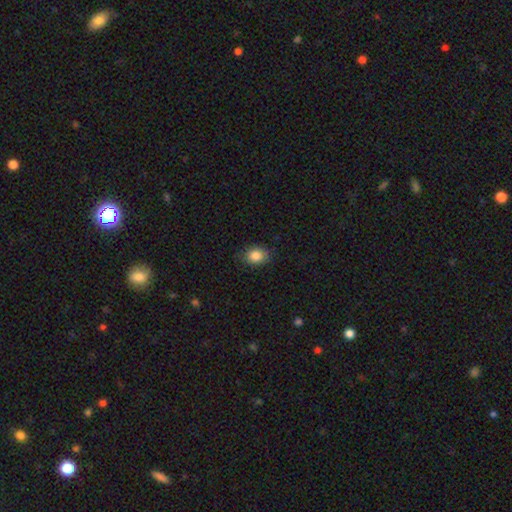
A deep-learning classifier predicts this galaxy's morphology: Q: Smooth or featured?
A: smooth (84%); runner-up: star or artifact (9%)
Q: How rounded?
A: in between (60%); runner-up: round (39%)
Q: Merging?
A: none (84%); runner-up: minor disturbance (12%)